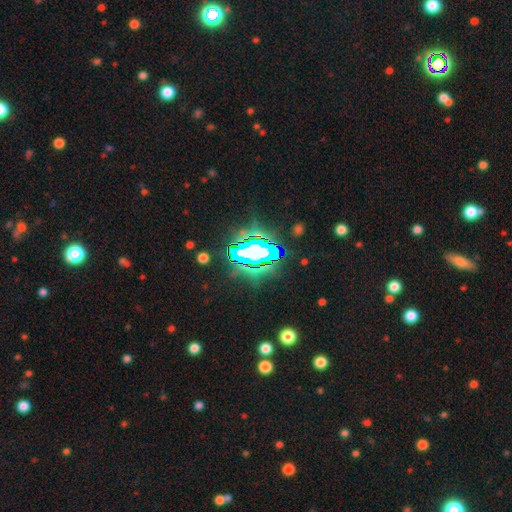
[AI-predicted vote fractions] Morphology: type=star or artifact (68%).